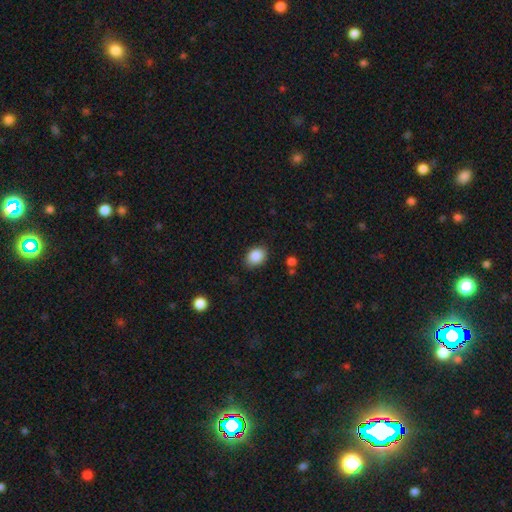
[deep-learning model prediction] Smooth or featured?
  - smooth: 88% *
  - star or artifact: 8%
  - featured or disk: 4%
How rounded?
  - in between: 71% *
  - round: 28%
  - cigar-shaped: 1%
Merging?
  - none: 82% *
  - minor disturbance: 13%
  - major disturbance: 3%
  - merger: 2%